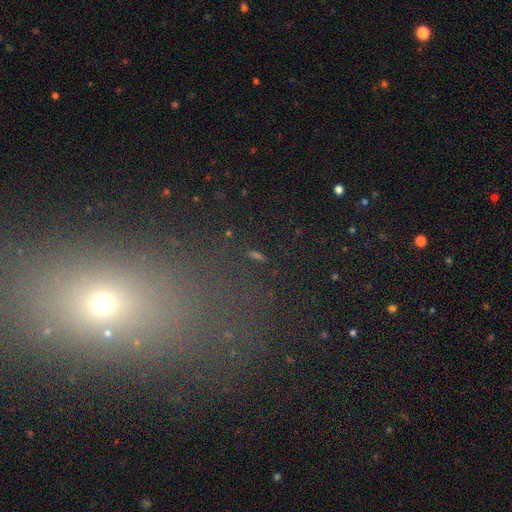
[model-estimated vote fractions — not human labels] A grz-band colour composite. It shows a star or artifact, not a galaxy (50%).